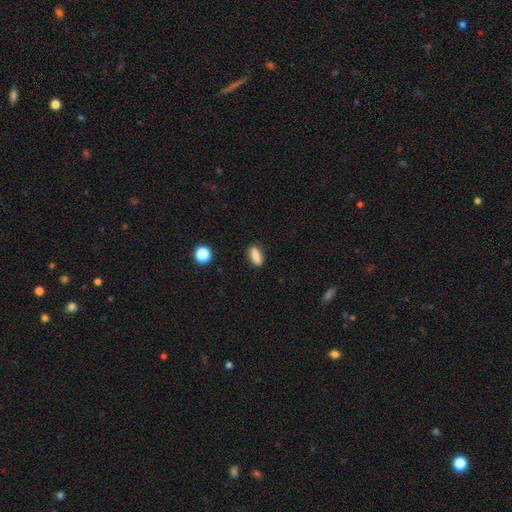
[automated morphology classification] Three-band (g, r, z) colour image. It shows a smooth galaxy with no disk features (84%) that is in between round and cigar-shaped (72%). Merging: none (85%).